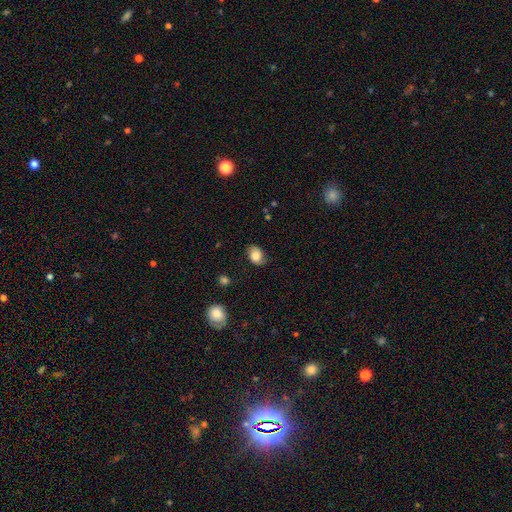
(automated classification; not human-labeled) Smooth or featured? Predicted: smooth (p=0.77). How rounded? Predicted: in between (p=0.63). Merging? Predicted: none (p=0.70).